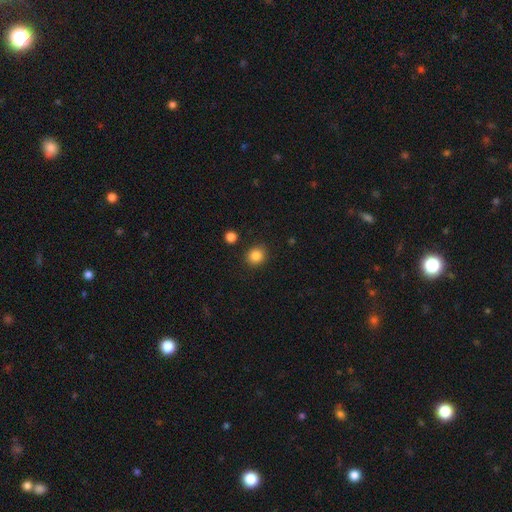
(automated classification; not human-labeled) Overall: smooth (86%). How rounded: round (79%). Merging: none (88%).